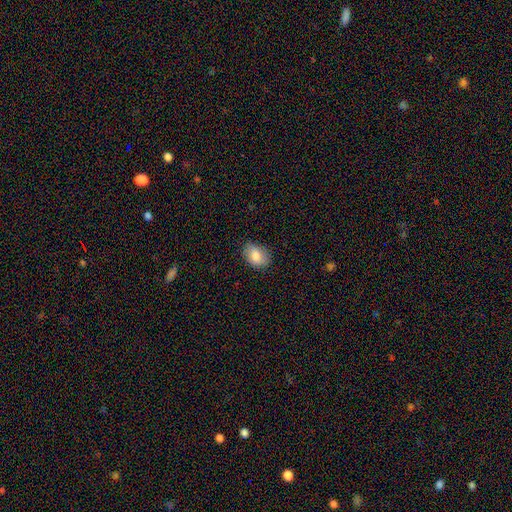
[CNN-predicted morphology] Smooth or featured: smooth — 80% (featured or disk — 13%)
How rounded: in between — 78% (round — 21%)
Merging: none — 79% (minor disturbance — 17%)